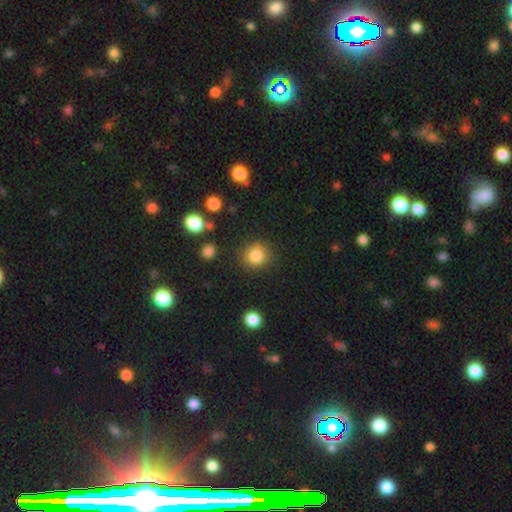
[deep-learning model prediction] smooth-or-featured: smooth: 84% | star or artifact: 11% | featured or disk: 5%
  how-rounded: round: 87% | in between: 12% | cigar-shaped: 1%
  merging: none: 84% | minor disturbance: 10% | major disturbance: 3% | merger: 3%